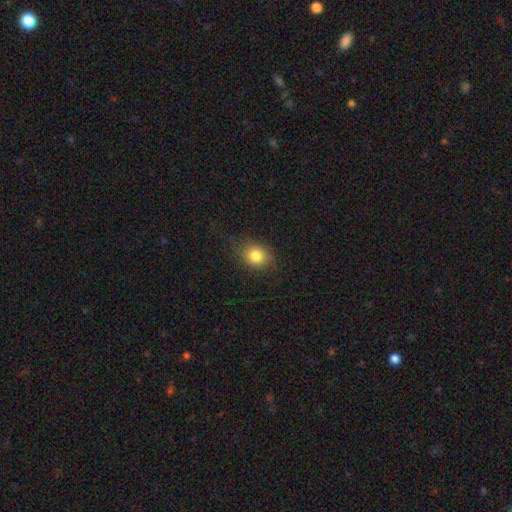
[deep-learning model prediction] smooth 82%, star or artifact 11%, featured or disk 7%. Down the decision tree: how rounded — round (63%); merging — none (80%).